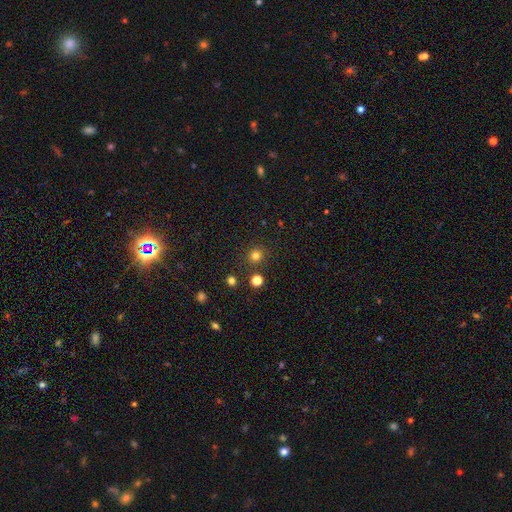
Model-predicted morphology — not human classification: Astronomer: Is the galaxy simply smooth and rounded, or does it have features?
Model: smooth — 79%.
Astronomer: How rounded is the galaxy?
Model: round — 92%.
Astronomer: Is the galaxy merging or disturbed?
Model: none — 88%.